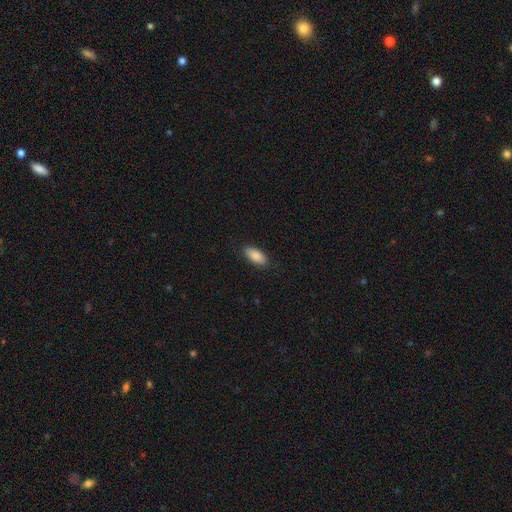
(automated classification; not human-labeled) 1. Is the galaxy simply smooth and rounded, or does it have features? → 88% smooth, 6% star or artifact, 6% featured or disk.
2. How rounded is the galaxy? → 89% in between, 9% cigar-shaped, 2% round.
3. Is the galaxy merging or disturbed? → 86% none, 10% minor disturbance, 2% major disturbance, 1% merger.